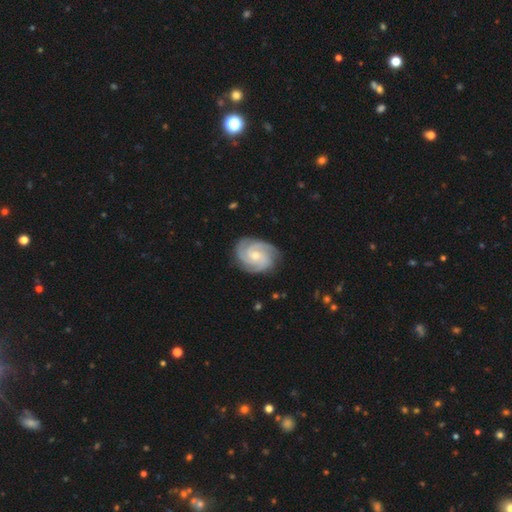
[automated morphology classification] featured or disk 90%, smooth 6%, star or artifact 4%. Down the decision tree: edge-on disk — no (98%); bar — no (67%); spiral arms — yes (99%); spiral arm count — 3 (56%); spiral winding — tight (66%); bulge size — small (55%); merging — none (82%).